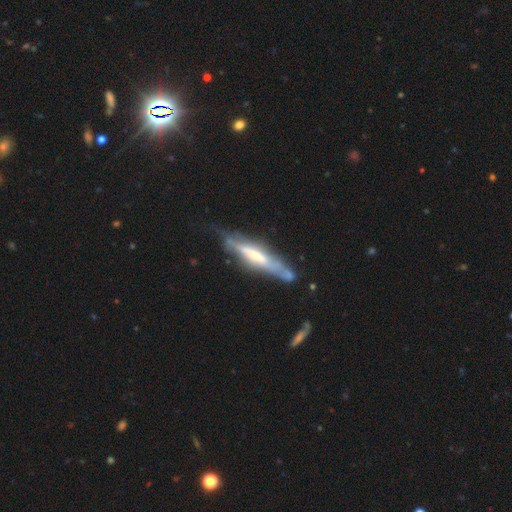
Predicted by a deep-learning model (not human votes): The model was most divided on "edge-on bulge": rounded: 37%, none: 34%, boxy: 28%. More confident: edge-on disk — yes (79%); smooth or featured — featured or disk (67%); merging — none (55%).